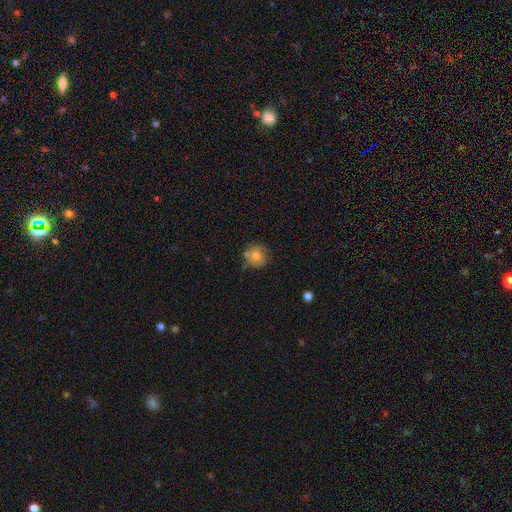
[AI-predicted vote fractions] Smooth or featured? Predicted: smooth (p=0.70). How rounded? Predicted: round (p=0.89). Merging? Predicted: none (p=0.65).